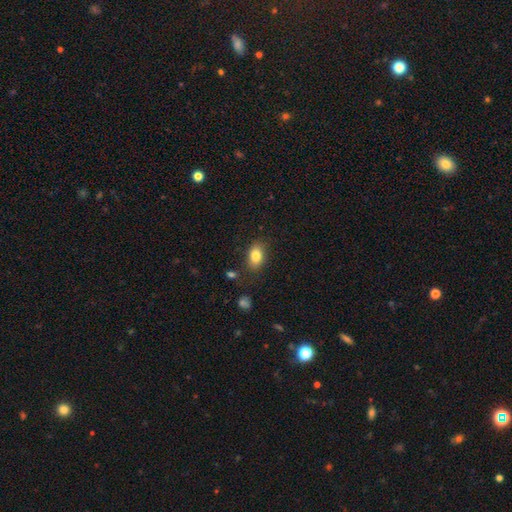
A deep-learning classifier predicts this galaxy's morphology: smooth 82%, featured or disk 9%, star or artifact 8%. Down the decision tree: how rounded — in between (85%); merging — none (82%).